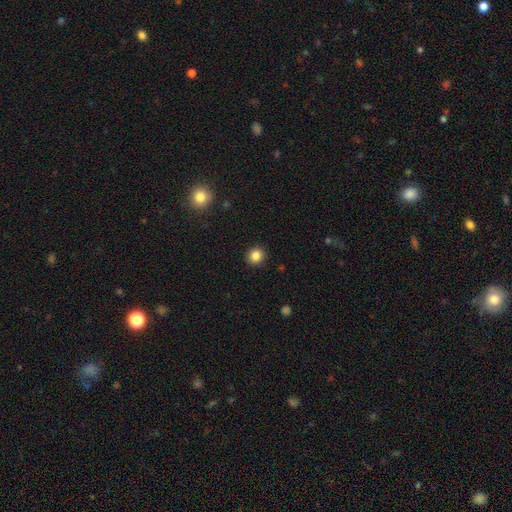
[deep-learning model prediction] This is clearly a smooth galaxy (85%). How rounded: clearly round (88%). Merging: clearly none (92%).